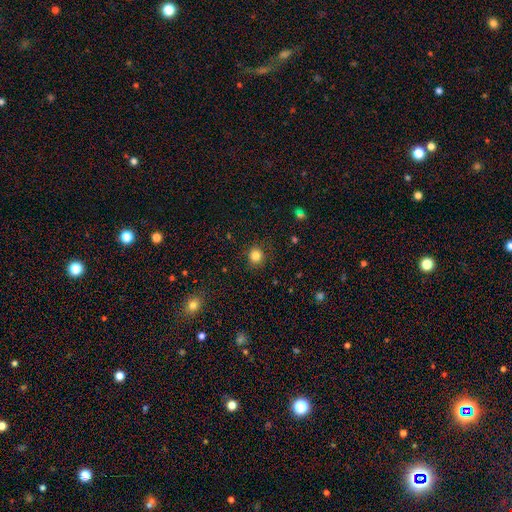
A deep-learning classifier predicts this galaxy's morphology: Smooth or featured? Predicted: smooth (p=0.83). How rounded? Predicted: round (p=0.87). Merging? Predicted: none (p=0.87).